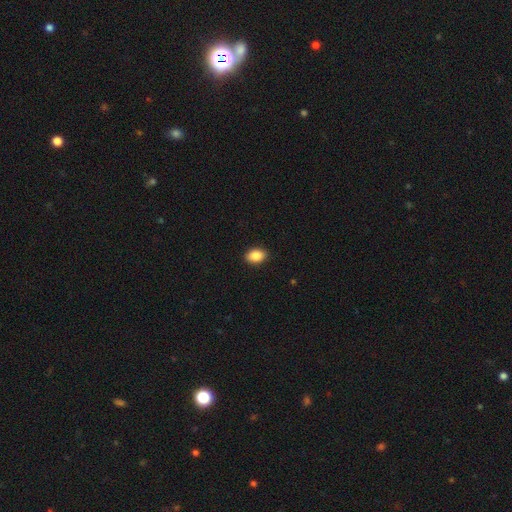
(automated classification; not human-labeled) Smooth or featured?
  - smooth: 89% *
  - star or artifact: 8%
  - featured or disk: 4%
How rounded?
  - in between: 82% *
  - round: 17%
  - cigar-shaped: 1%
Merging?
  - none: 90% *
  - minor disturbance: 7%
  - major disturbance: 2%
  - merger: 1%